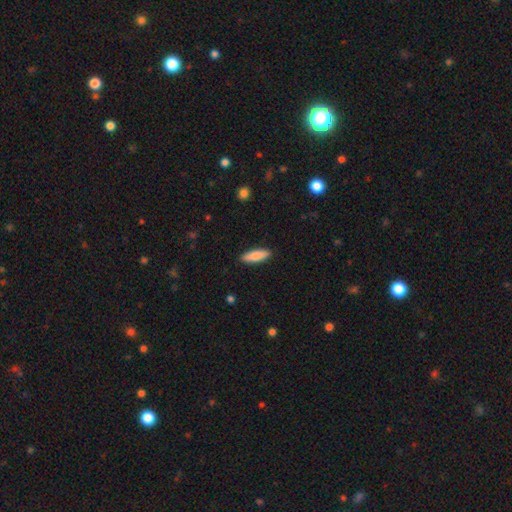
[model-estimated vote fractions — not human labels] The model was most divided on "how rounded": cigar-shaped: 54%, in between: 44%, round: 2%. More confident: merging — none (90%); smooth or featured — smooth (80%).